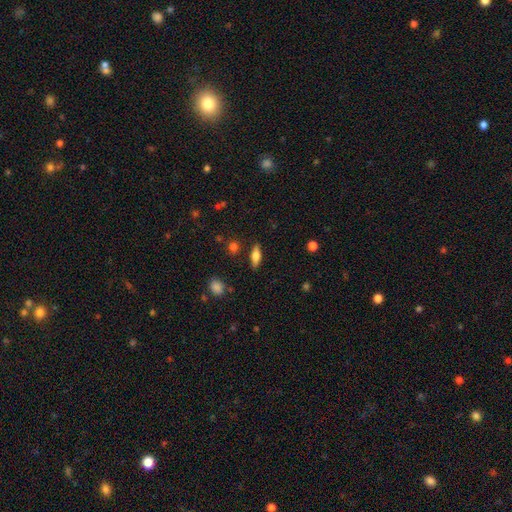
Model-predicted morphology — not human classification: A smooth galaxy with no disk features (55%) that is in between round and cigar-shaped (58%).

Vote fractions:
- Smooth or featured? smooth: 55% / featured or disk: 37% / star or artifact: 8%
- How rounded? in between: 58% / cigar-shaped: 38% / round: 4%
- Merging? none: 85% / minor disturbance: 10% / major disturbance: 3% / merger: 2%